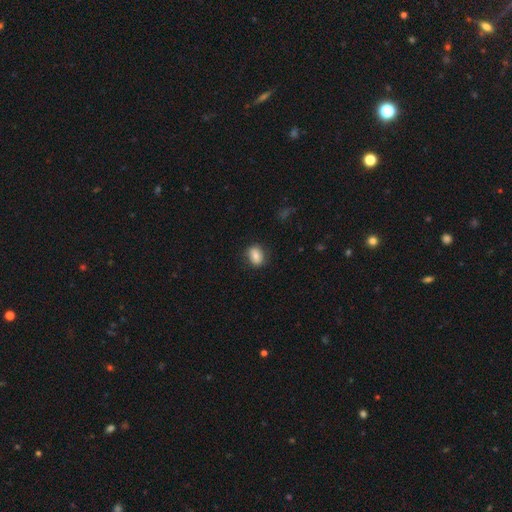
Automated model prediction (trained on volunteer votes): Q: Smooth or featured?
A: smooth (78%); runner-up: featured or disk (14%)
Q: How rounded?
A: in between (61%); runner-up: round (38%)
Q: Merging?
A: none (81%); runner-up: minor disturbance (14%)